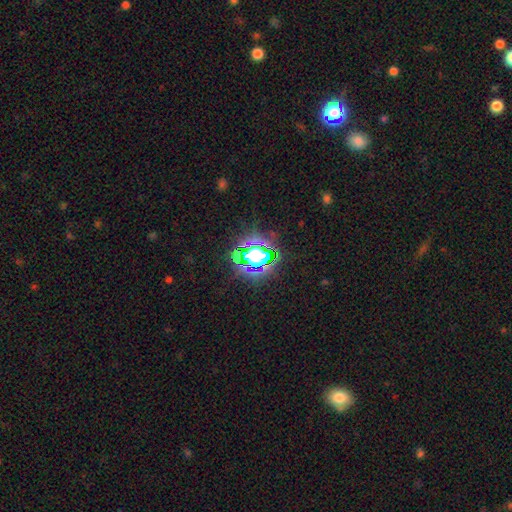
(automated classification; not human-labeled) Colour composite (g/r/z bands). It shows a star or artifact, not a galaxy (65%).